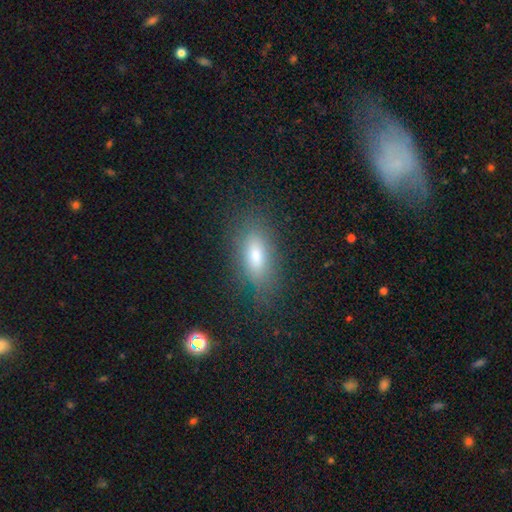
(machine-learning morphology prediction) Smooth or featured: smooth — 74% (featured or disk — 16%)
How rounded: in between — 80% (cigar-shaped — 16%)
Merging: none — 79% (minor disturbance — 14%)